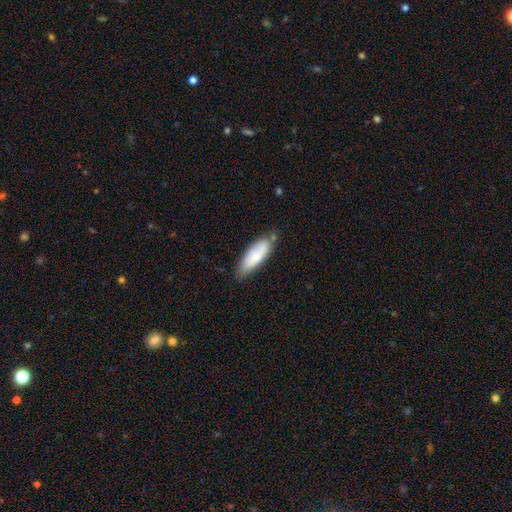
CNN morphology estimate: Overall: smooth (76%). How rounded: in between (55%; cigar-shaped 43%). Merging: none (70%).